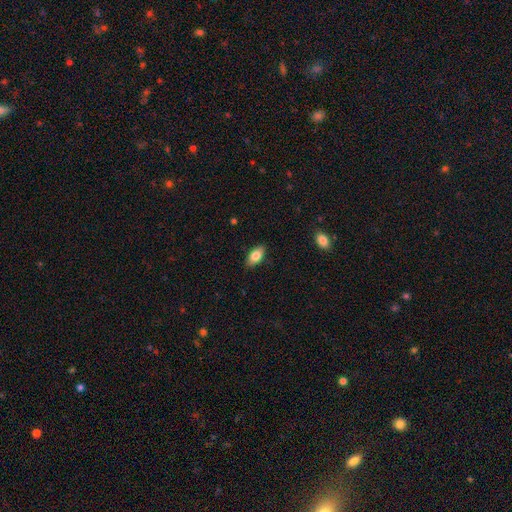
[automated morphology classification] Smooth or featured? smooth (80%)
How rounded? in between (90%)
Merging? none (88%)